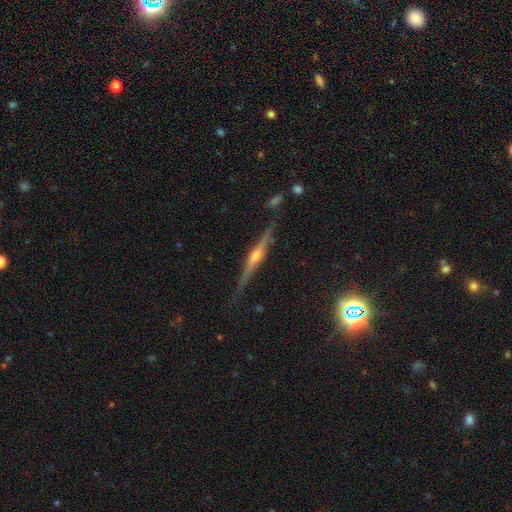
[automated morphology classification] This is likely a featured or disk galaxy (80%). It is clearly viewed edge-on (98%). Edge-on bulge: clearly rounded (88%). Merging: clearly none (83%).